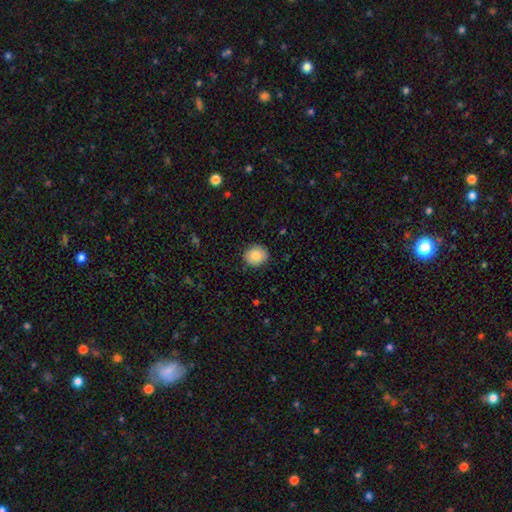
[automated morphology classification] Overall: smooth (88%). How rounded: round (79%). Merging: none (89%).